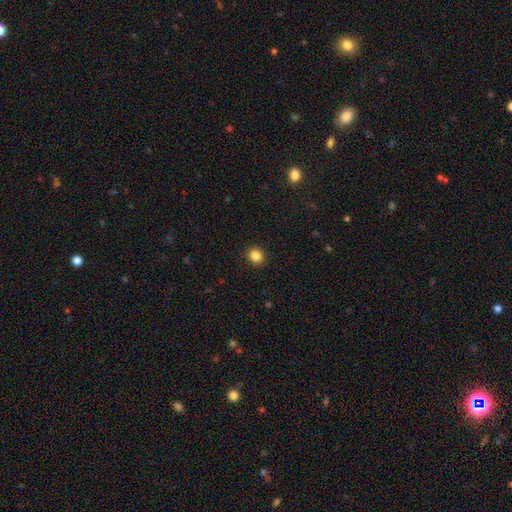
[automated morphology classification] Smooth or featured? Predicted: smooth (p=0.85). How rounded? Predicted: round (p=0.80). Merging? Predicted: none (p=0.92).